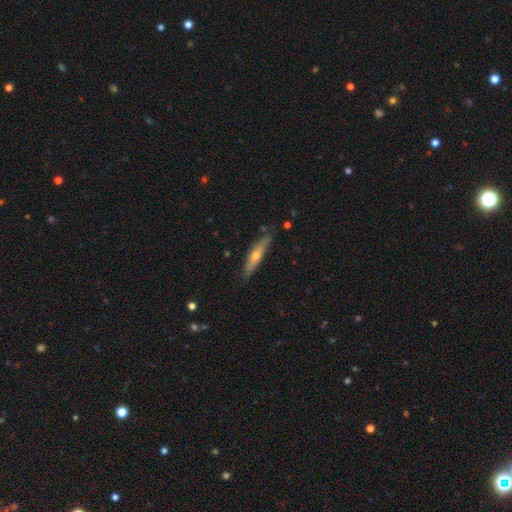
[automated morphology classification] Smooth or featured?
  - featured or disk: 49% *
  - smooth: 45%
  - star or artifact: 6%
Merging?
  - none: 80% *
  - minor disturbance: 16%
  - major disturbance: 2%
  - merger: 2%